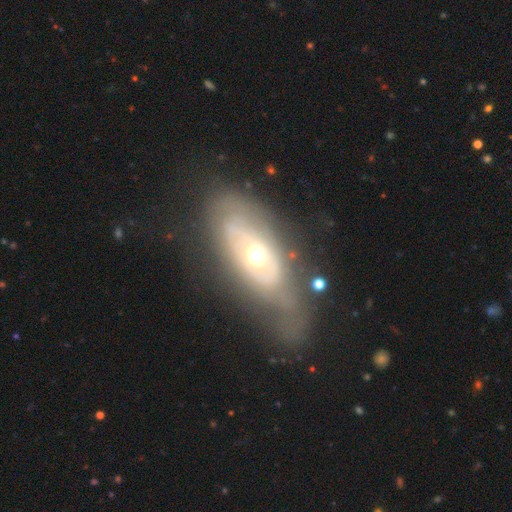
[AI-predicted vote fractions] Q: Smooth or featured?
A: featured or disk (72%); runner-up: smooth (22%)
Q: Edge-on disk?
A: no (86%); runner-up: yes (14%)
Q: Bar?
A: no (82%); runner-up: weak (13%)
Q: Spiral arms?
A: no (58%); runner-up: yes (42%)
Q: Bulge size?
A: moderate (65%); runner-up: small (26%)
Q: Merging?
A: none (58%); runner-up: minor disturbance (23%)